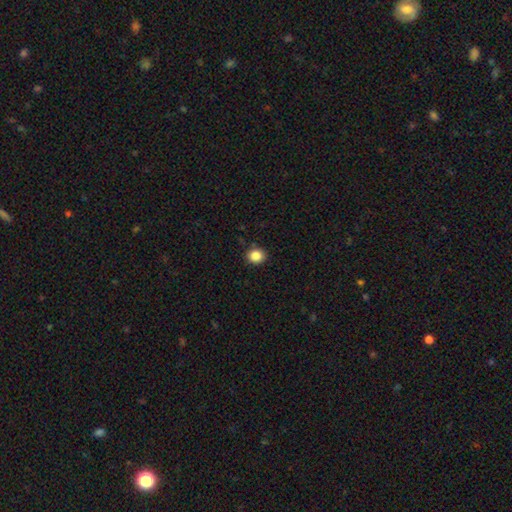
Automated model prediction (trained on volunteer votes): smooth 86%, star or artifact 10%, featured or disk 4%. Down the decision tree: how rounded — round (75%); merging — none (88%).